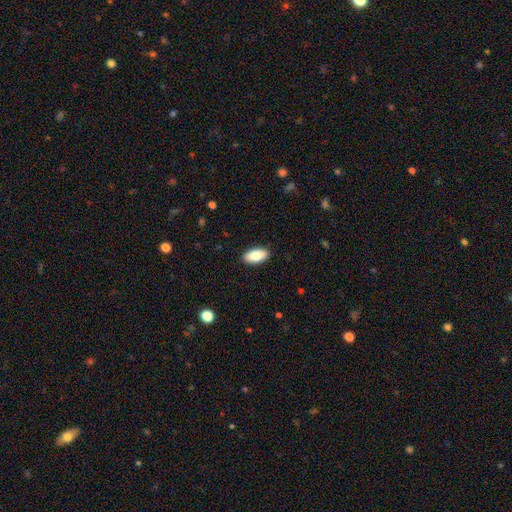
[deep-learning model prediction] smooth_or_featured: smooth (p=0.83) [alt: featured or disk p=0.10]
how_rounded: in between (p=0.92) [alt: cigar-shaped p=0.05]
merging: none (p=0.90) [alt: minor disturbance p=0.08]